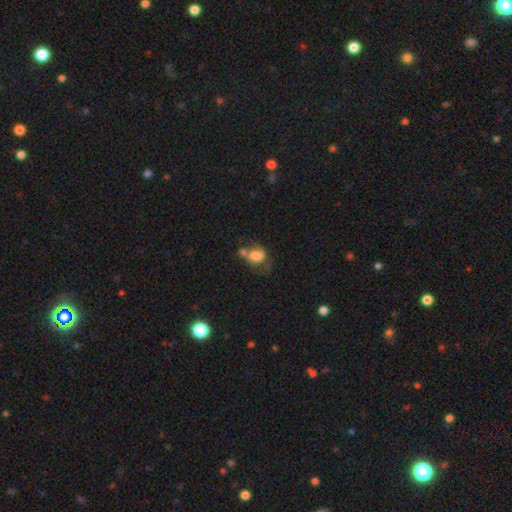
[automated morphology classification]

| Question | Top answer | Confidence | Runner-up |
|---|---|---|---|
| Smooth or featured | smooth | 73% | featured or disk (17%) |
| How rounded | in between | 61% | round (37%) |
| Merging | merger | 35% | none (23%) |